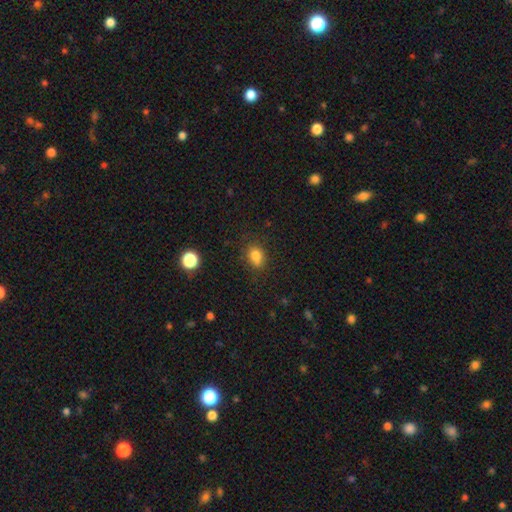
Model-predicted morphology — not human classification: Overall: smooth (80%). How rounded: in between (55%; round 43%). Merging: none (72%).